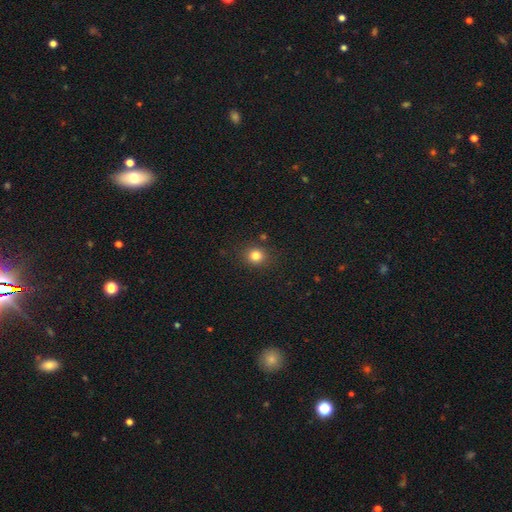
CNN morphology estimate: Q: Smooth or featured?
A: smooth (82%); runner-up: star or artifact (13%)
Q: How rounded?
A: round (81%); runner-up: in between (18%)
Q: Merging?
A: none (86%); runner-up: minor disturbance (8%)